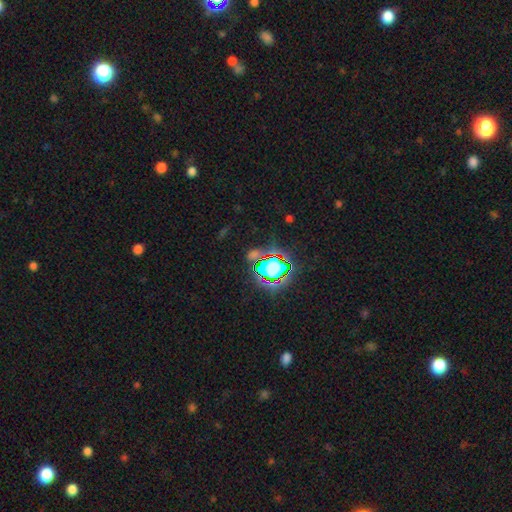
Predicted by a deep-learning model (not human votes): This is likely a star or artifact rather than a galaxy (70%).